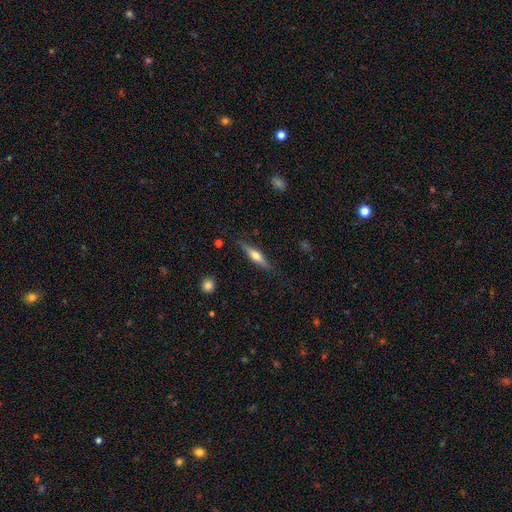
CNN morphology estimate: This is possibly a featured or disk galaxy (52%). It is clearly viewed edge-on (94%). Merging: clearly none (83%).